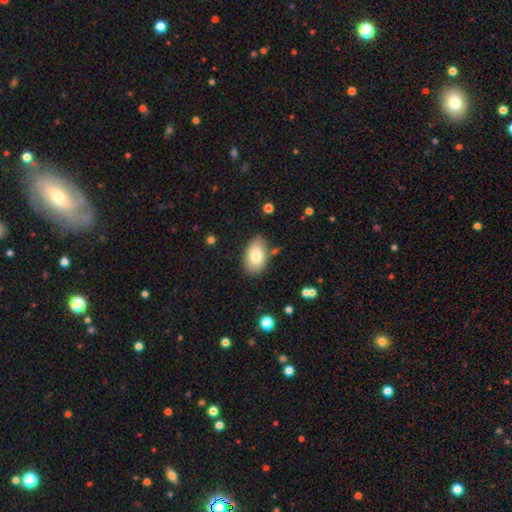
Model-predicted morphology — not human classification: A smooth galaxy with no disk features (79%) that is in between round and cigar-shaped (93%).

Vote fractions:
- Smooth or featured? smooth: 79% / featured or disk: 14% / star or artifact: 7%
- How rounded? in between: 93% / round: 6% / cigar-shaped: 1%
- Merging? none: 81% / minor disturbance: 13% / merger: 3% / major disturbance: 3%